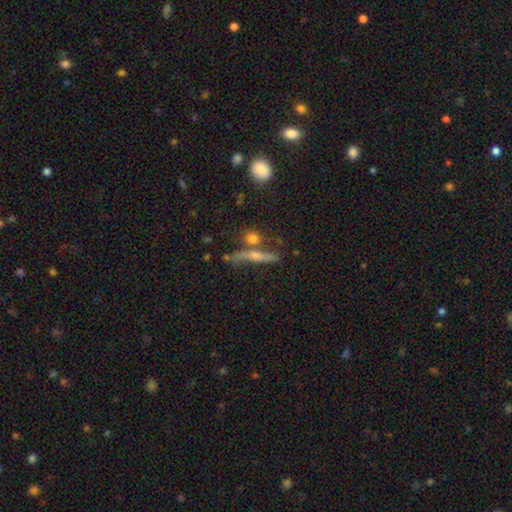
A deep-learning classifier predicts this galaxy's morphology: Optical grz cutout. It shows a featured or disk galaxy (58%) viewed edge-on (89%) with a rounded central bulge (77%). Merging: none (64%).